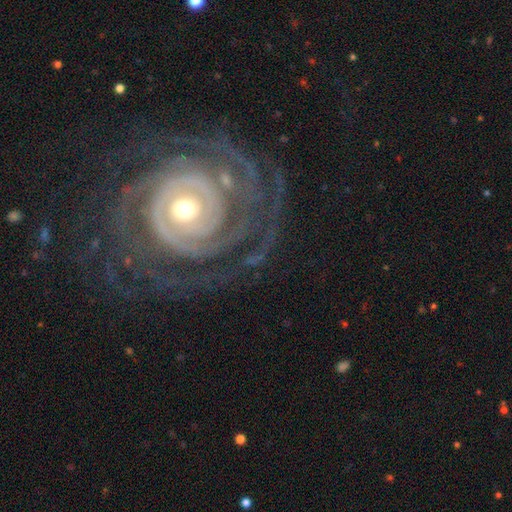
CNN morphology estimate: type=featured or disk (90%); edge-on=no (97%); bar=no (68%); spiral arms=yes (97%); winding=tight (83%); arm count=can't tell (22%); bulge=moderate (59%); merging=none (69%).